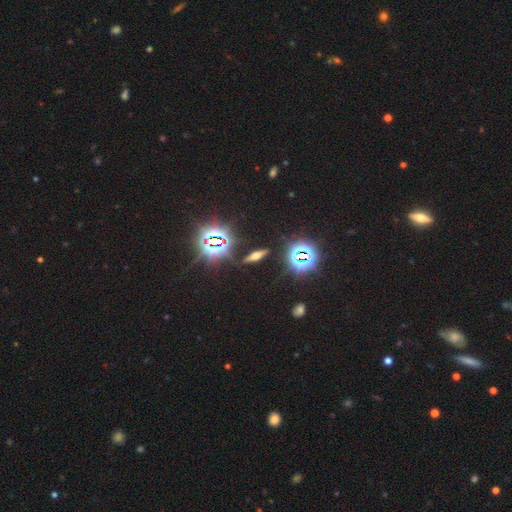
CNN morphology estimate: A star or artifact, not a galaxy (38%).

Vote fractions:
- Smooth or featured? star or artifact: 38% / featured or disk: 33% / smooth: 29%